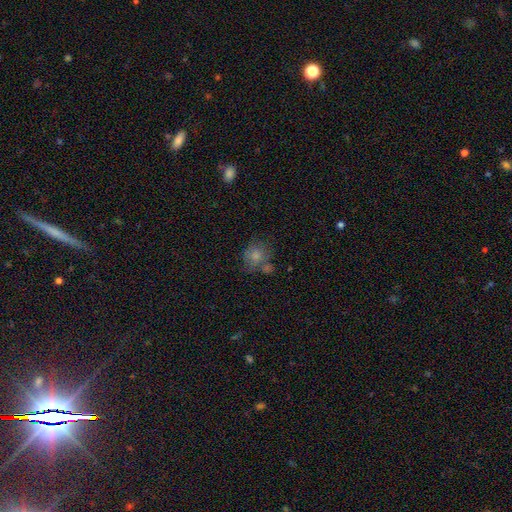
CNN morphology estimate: smooth 79%, featured or disk 11%, star or artifact 10%. Down the decision tree: how rounded — round (77%); merging — none (51%).